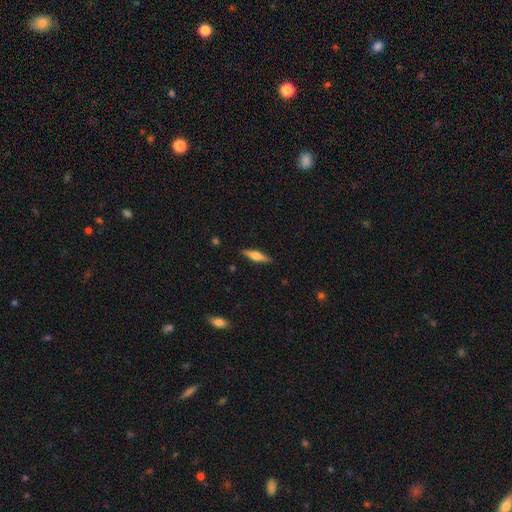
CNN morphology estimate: Q: Smooth or featured?
A: featured or disk (52%); runner-up: smooth (42%)
Q: Edge-on disk?
A: yes (95%); runner-up: no (5%)
Q: Merging?
A: none (89%); runner-up: minor disturbance (8%)